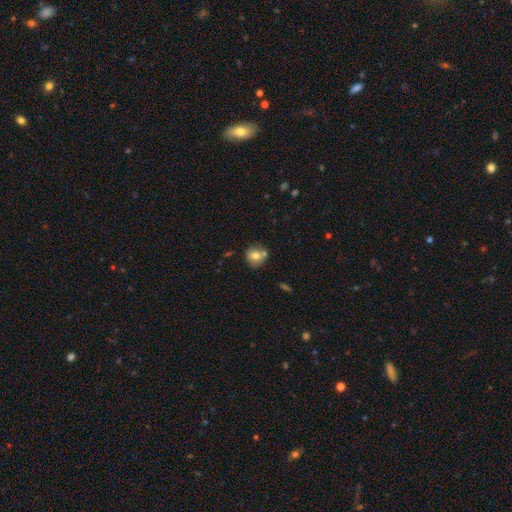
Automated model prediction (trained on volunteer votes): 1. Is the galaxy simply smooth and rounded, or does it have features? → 72% smooth, 18% featured or disk, 10% star or artifact.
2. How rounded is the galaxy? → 84% round, 15% in between, 1% cigar-shaped.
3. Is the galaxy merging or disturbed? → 62% none, 21% merger, 13% minor disturbance, 3% major disturbance.